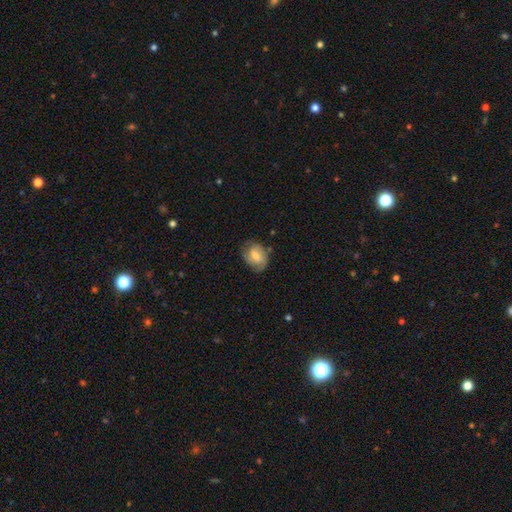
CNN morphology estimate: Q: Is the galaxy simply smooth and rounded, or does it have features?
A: smooth — 47%.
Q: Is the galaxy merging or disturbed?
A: none — 61%.